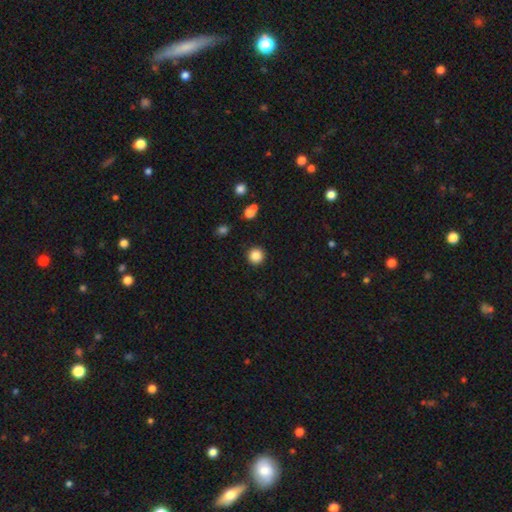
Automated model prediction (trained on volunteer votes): Morphology: type=smooth (85%); roundness=round (95%); merging=none (92%).